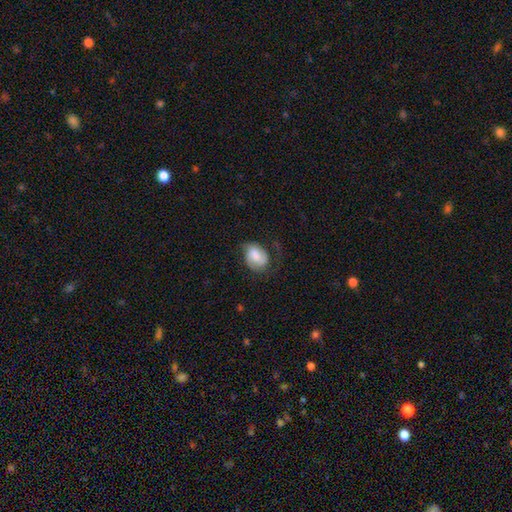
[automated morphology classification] This is possibly a smooth galaxy (49%). Merging: possibly none (47%).